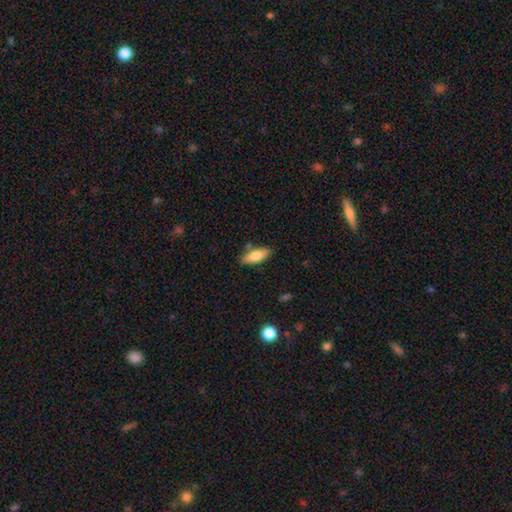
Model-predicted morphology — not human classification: This appears to be a smooth galaxy with no disk features (75%) that is in between round and cigar-shaped (68%). Merging: none (79%).